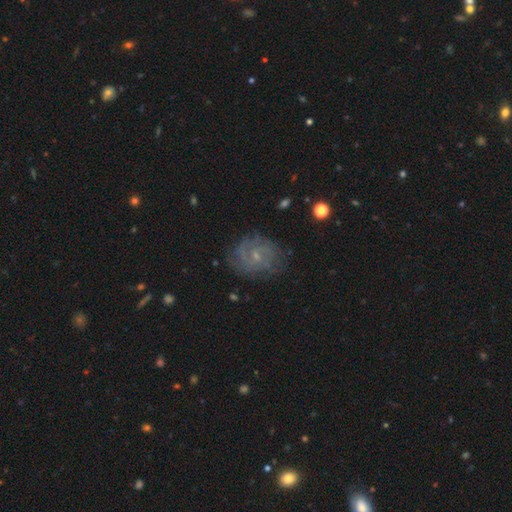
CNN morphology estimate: Q: Smooth or featured?
A: featured or disk (68%); runner-up: smooth (21%)
Q: Edge-on disk?
A: no (97%); runner-up: yes (3%)
Q: Bar?
A: no (69%); runner-up: weak (27%)
Q: Spiral arms?
A: yes (87%); runner-up: no (13%)
Q: Spiral winding?
A: tight (55%); runner-up: medium (34%)
Q: Spiral arm count?
A: can't tell (44%); runner-up: 2 (23%)
Q: Bulge size?
A: small (73%); runner-up: moderate (20%)
Q: Merging?
A: none (75%); runner-up: minor disturbance (17%)